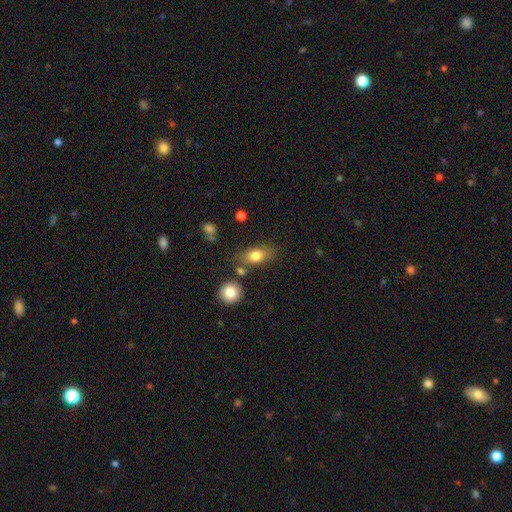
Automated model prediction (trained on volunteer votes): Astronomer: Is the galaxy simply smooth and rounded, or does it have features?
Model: smooth — 80%.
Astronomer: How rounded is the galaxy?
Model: in between — 80%.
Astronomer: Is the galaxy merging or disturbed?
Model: none — 69%.